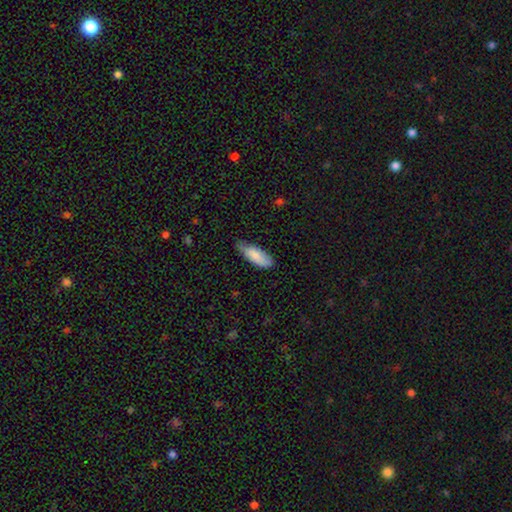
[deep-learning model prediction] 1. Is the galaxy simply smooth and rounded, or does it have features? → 84% smooth, 10% featured or disk, 6% star or artifact.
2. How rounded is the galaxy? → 76% in between, 23% cigar-shaped, 2% round.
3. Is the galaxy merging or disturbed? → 52% none, 40% minor disturbance, 6% major disturbance, 2% merger.